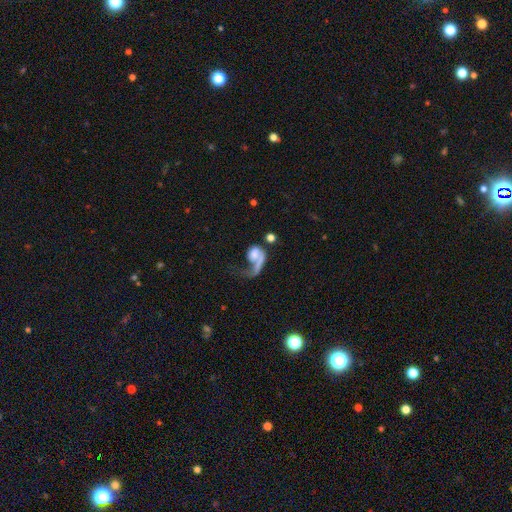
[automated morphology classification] A featured or disk galaxy (53%) with no bar (78%), spiral arms (65%) and no central bulge (35%). Merging: major disturbance (49%).